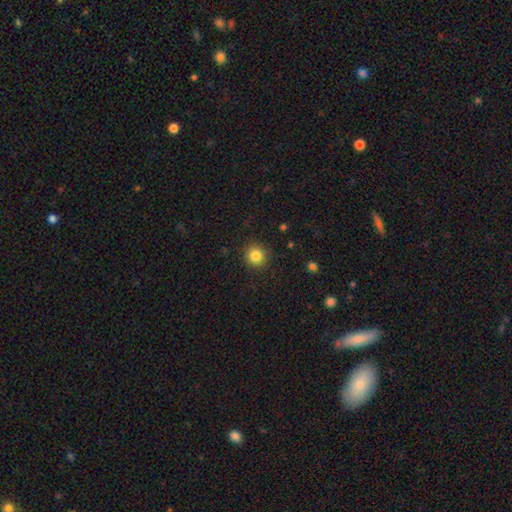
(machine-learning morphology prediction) Q: Smooth or featured?
A: smooth (84%); runner-up: star or artifact (11%)
Q: How rounded?
A: round (93%); runner-up: in between (6%)
Q: Merging?
A: none (91%); runner-up: minor disturbance (6%)